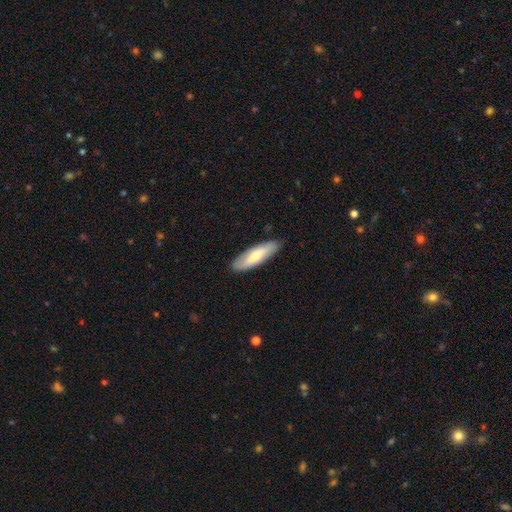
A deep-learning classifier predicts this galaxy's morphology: Overall: smooth (66%; featured or disk 29%). How rounded: cigar-shaped (51%; in between 48%). Merging: none (86%).